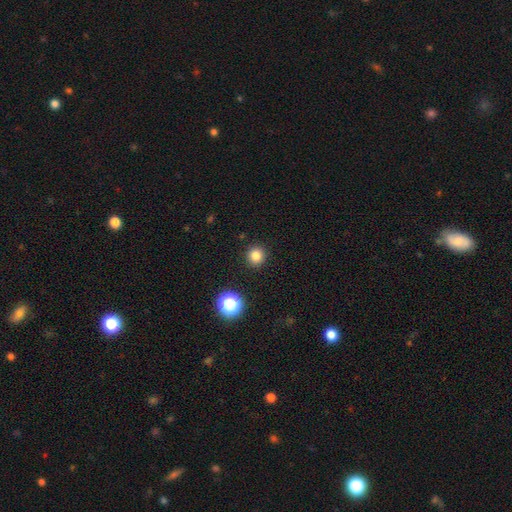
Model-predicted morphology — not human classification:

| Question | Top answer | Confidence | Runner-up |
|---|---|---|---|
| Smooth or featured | smooth | 81% | star or artifact (14%) |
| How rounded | round | 93% | in between (6%) |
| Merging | none | 92% | minor disturbance (5%) |